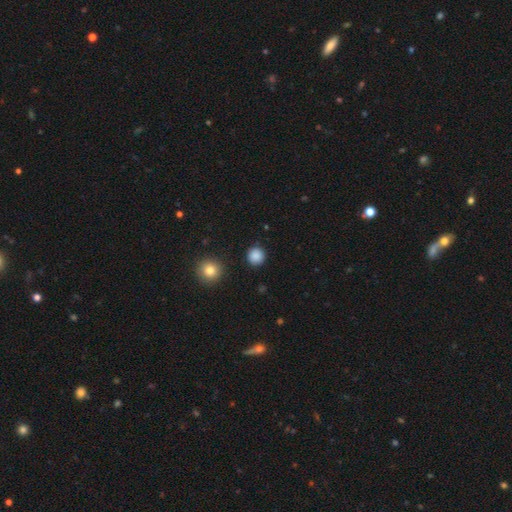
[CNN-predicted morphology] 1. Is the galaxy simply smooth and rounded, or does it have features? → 87% smooth, 10% star or artifact, 3% featured or disk.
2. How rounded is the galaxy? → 95% round, 4% in between, 1% cigar-shaped.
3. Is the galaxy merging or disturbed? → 91% none, 5% minor disturbance, 2% major disturbance, 1% merger.